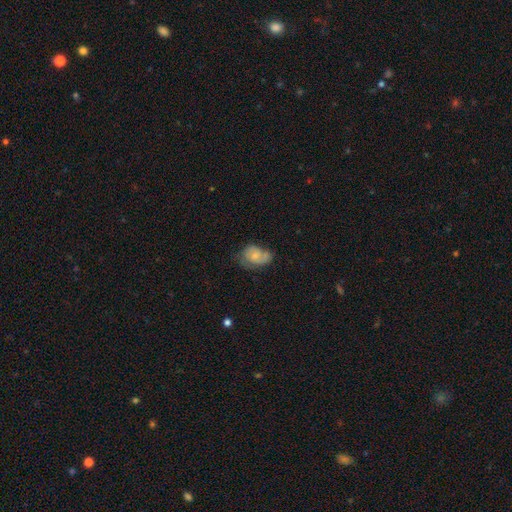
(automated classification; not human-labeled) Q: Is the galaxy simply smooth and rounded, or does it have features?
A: smooth — 56%.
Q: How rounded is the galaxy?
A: in between — 77%.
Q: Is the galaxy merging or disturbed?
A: none — 40%.